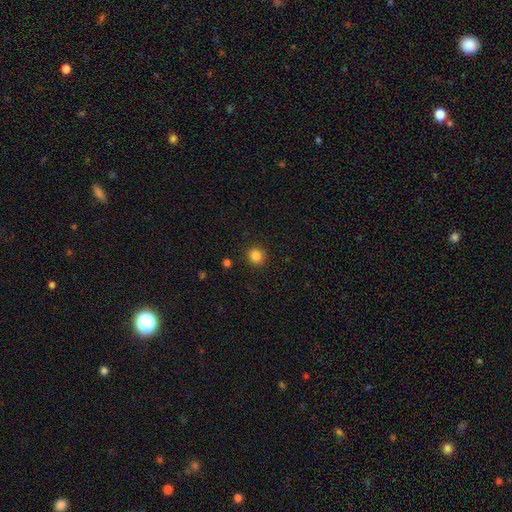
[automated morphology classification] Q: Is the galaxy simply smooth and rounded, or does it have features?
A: smooth — 85%.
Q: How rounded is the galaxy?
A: round — 92%.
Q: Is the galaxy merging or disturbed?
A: none — 90%.